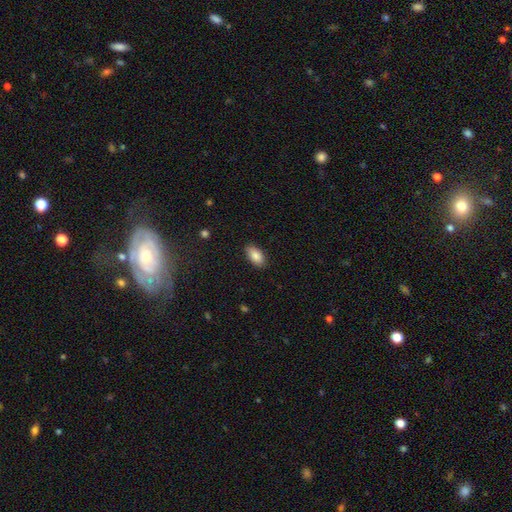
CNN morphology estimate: smooth_or_featured: smooth (p=0.86) [alt: star or artifact p=0.07]
how_rounded: in between (p=0.93) [alt: round p=0.04]
merging: none (p=0.87) [alt: minor disturbance p=0.10]